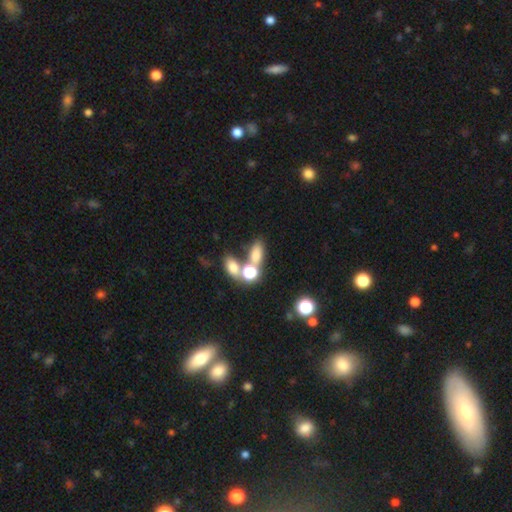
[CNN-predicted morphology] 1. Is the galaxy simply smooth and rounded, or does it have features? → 69% smooth, 17% star or artifact, 13% featured or disk.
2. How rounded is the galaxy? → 74% in between, 21% round, 5% cigar-shaped.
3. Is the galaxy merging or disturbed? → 42% none, 41% merger, 11% minor disturbance, 7% major disturbance.